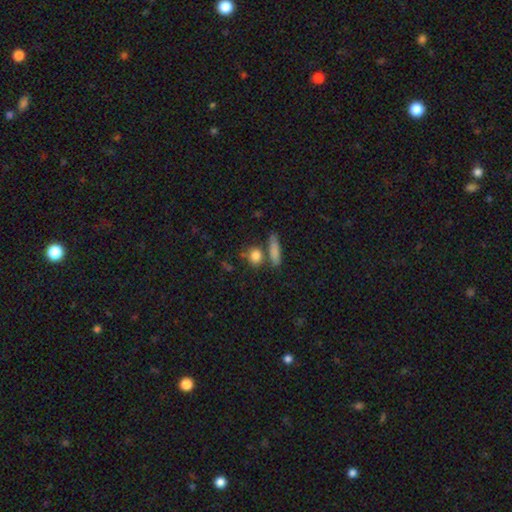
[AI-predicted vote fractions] Smooth or featured: smooth — 82% (star or artifact — 10%)
How rounded: round — 61% (in between — 27%)
Merging: none — 64% (merger — 19%)